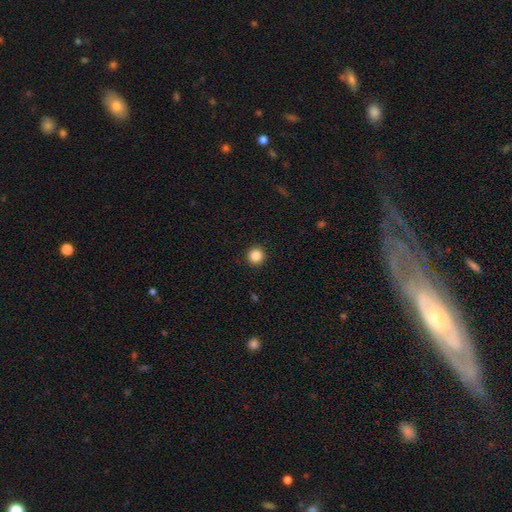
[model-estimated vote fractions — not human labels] Q: Smooth or featured?
A: smooth (86%); runner-up: star or artifact (10%)
Q: How rounded?
A: round (95%); runner-up: in between (4%)
Q: Merging?
A: none (93%); runner-up: minor disturbance (4%)